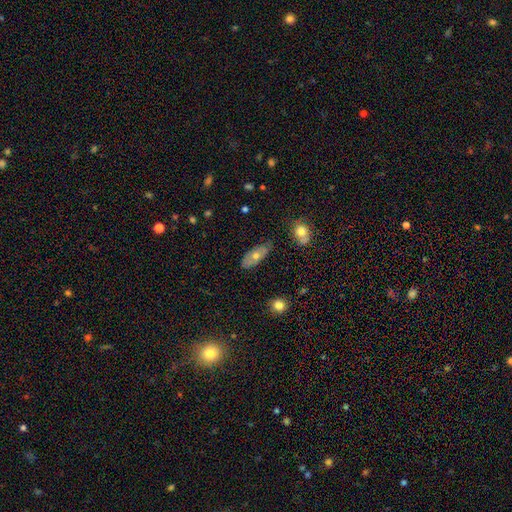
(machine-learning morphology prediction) A smooth galaxy with no disk features (45%). Merging: none (76%).